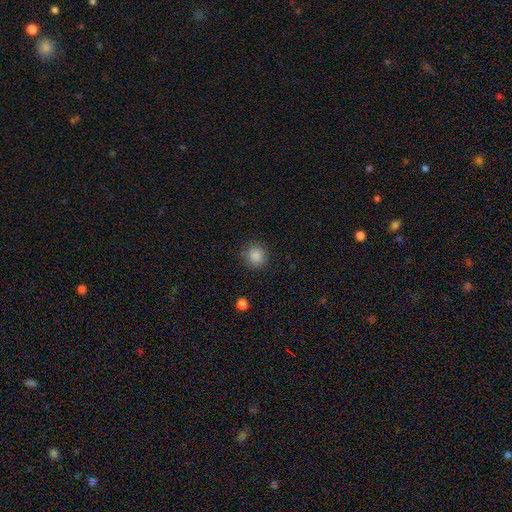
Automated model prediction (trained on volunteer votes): A smooth galaxy with no disk features (86%) that is round (92%). Merging: none (87%).